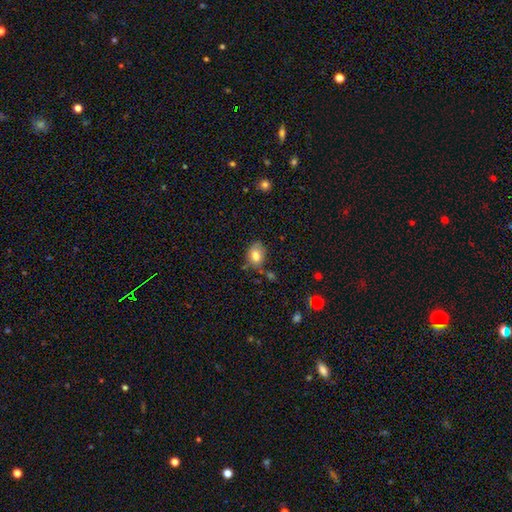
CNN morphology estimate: Smooth or featured?
  - smooth: 77% *
  - featured or disk: 15%
  - star or artifact: 8%
How rounded?
  - in between: 73% *
  - round: 26%
  - cigar-shaped: 1%
Merging?
  - none: 60% *
  - minor disturbance: 26%
  - major disturbance: 7%
  - merger: 7%